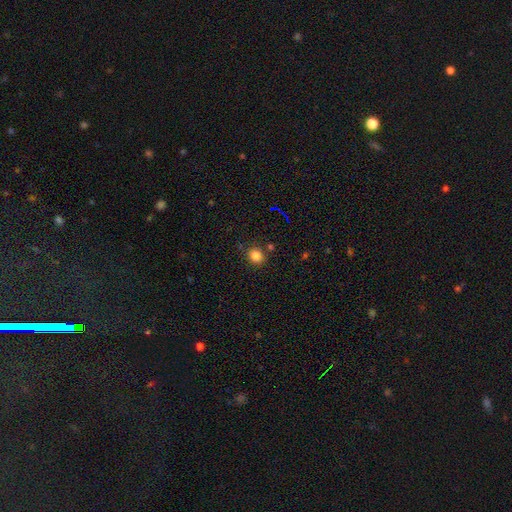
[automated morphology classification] smooth-or-featured: smooth: 83% | star or artifact: 12% | featured or disk: 5%
  how-rounded: round: 72% | in between: 27% | cigar-shaped: 1%
  merging: none: 82% | minor disturbance: 10% | merger: 5% | major disturbance: 3%